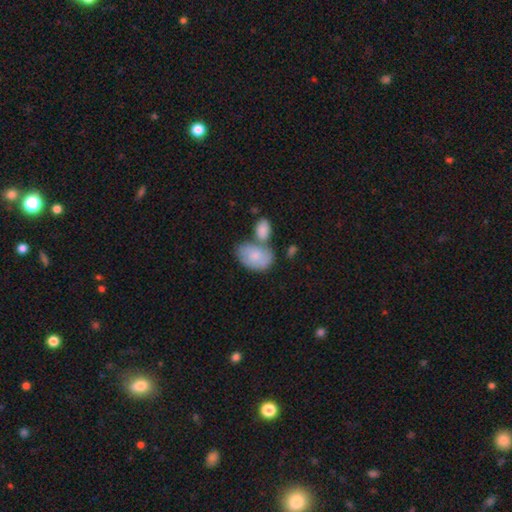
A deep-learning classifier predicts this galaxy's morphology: The model was most divided on "merging": merger: 42%, none: 35%, minor disturbance: 16%, major disturbance: 6%. More confident: how rounded — in between (89%); smooth or featured — smooth (69%).